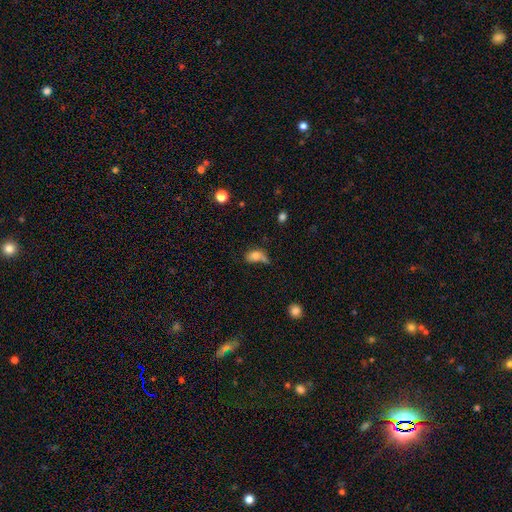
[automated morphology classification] Q: Smooth or featured?
A: smooth (75%); runner-up: featured or disk (14%)
Q: How rounded?
A: in between (82%); runner-up: round (14%)
Q: Merging?
A: none (30%); runner-up: minor disturbance (25%)